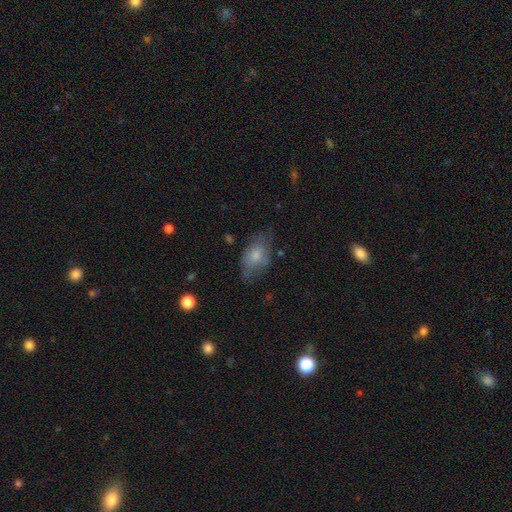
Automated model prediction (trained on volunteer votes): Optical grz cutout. It shows a smooth galaxy with no disk features (66%) that is in between round and cigar-shaped (89%). Merging: none (53%).